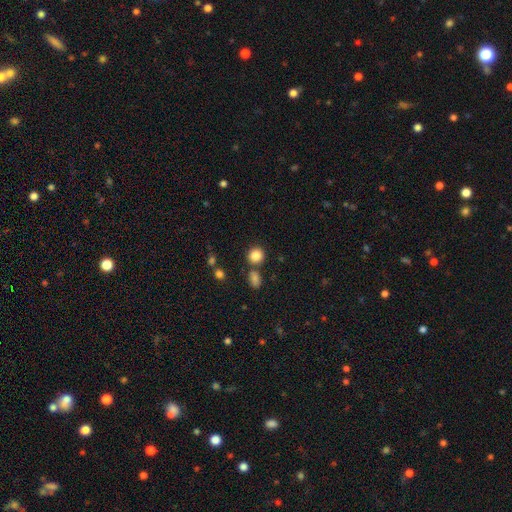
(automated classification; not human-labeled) The model was most divided on "merging": none: 73%, merger: 14%, minor disturbance: 10%, major disturbance: 3%. More confident: smooth or featured — smooth (85%); how rounded — round (84%).